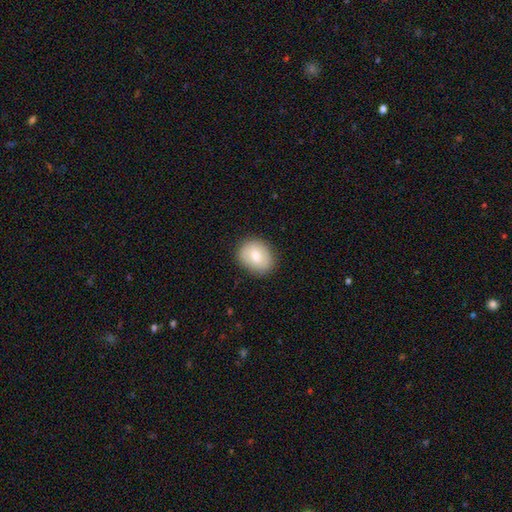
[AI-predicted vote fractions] Morphology: type=smooth (78%); roundness=round (51%); merging=none (85%).